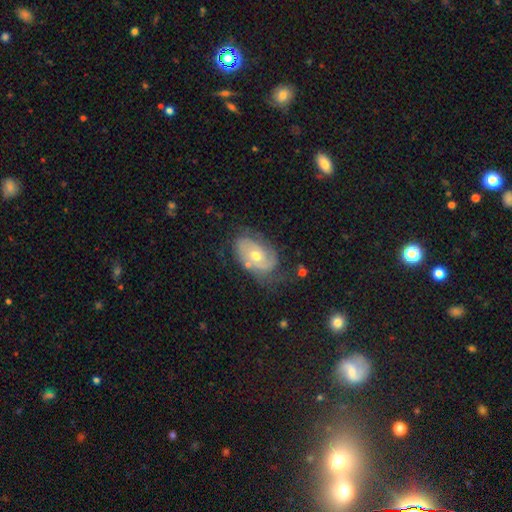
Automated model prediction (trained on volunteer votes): A featured or disk galaxy (71%) with no bar (73%), 2 (51%) tight (47%) spiral arms (83%) and a moderate central bulge (65%).

Vote fractions:
- Smooth or featured? featured or disk: 71% / smooth: 22% / star or artifact: 7%
- Edge-on disk? no: 95% / yes: 5%
- Bar? no: 73% / weak: 22% / strong: 5%
- Spiral arms? yes: 83% / no: 17%
- Spiral winding? tight: 47% / medium: 34% / loose: 18%
- Spiral arm count? 2: 51% / can't tell: 27% / 1: 12% / 3: 7% / 4: 2% / more than 4: 2%
- Bulge size? moderate: 65% / small: 31% / large: 3% / none: 1% / dominant: 1%
- Merging? none: 59% / minor disturbance: 25% / major disturbance: 12% / merger: 4%